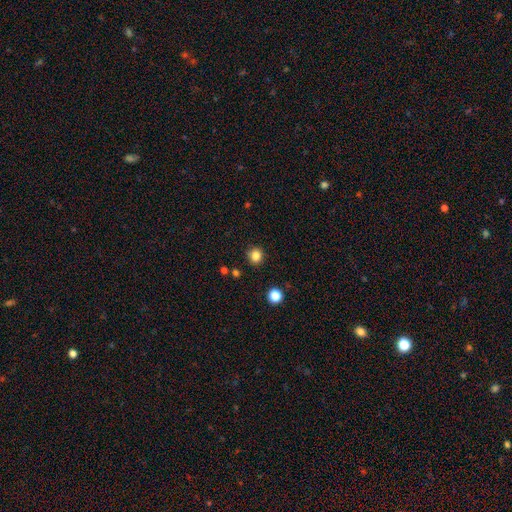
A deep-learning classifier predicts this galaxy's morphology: Overall: smooth (83%). How rounded: round (88%). Merging: none (89%).